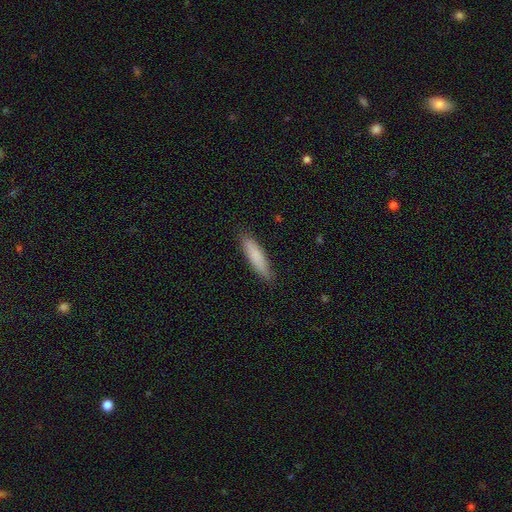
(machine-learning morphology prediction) This is clearly a smooth galaxy (82%). How rounded: clearly cigar-shaped (80%). Merging: clearly none (86%).